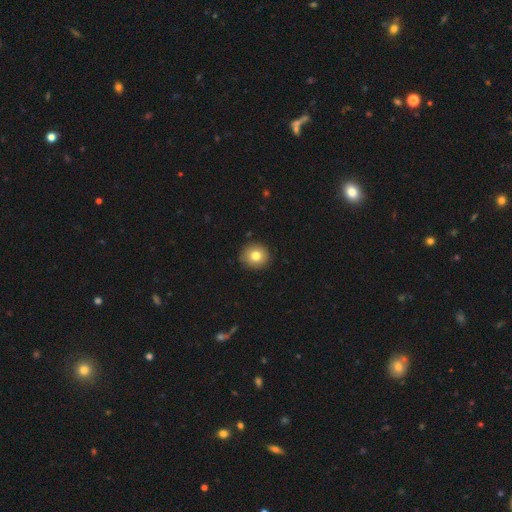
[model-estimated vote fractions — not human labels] The model was most divided on "smooth or featured": smooth: 79%, featured or disk: 11%, star or artifact: 10%. More confident: how rounded — round (92%); merging — none (90%).